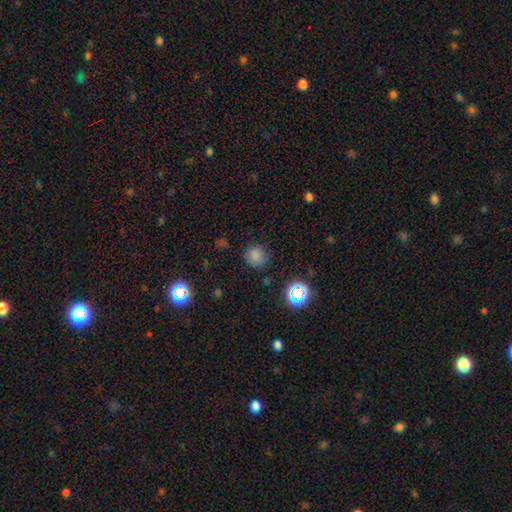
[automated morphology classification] Q: Smooth or featured?
A: smooth (77%); runner-up: star or artifact (18%)
Q: How rounded?
A: round (92%); runner-up: in between (7%)
Q: Merging?
A: none (85%); runner-up: minor disturbance (10%)